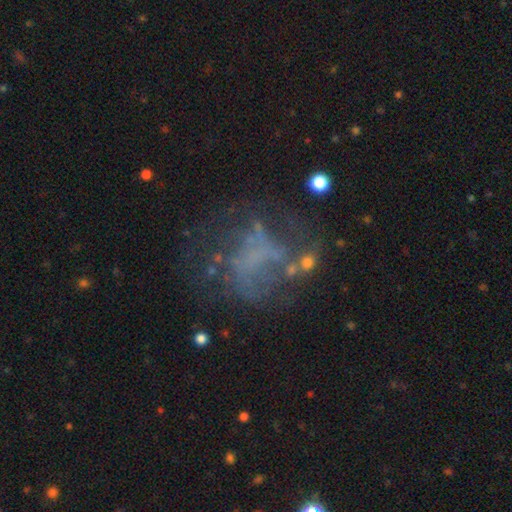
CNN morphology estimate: smooth-or-featured: featured or disk: 58% | star or artifact: 22% | smooth: 21%
  disk-edge-on: no: 98% | yes: 2%
    bar: no: 82% | weak: 13% | strong: 5%
    has-spiral-arms: no: 72% | yes: 28%
    bulge-size: none: 79% | small: 10% | moderate: 7% | large: 3% | dominant: 1%
  merging: none: 47% | major disturbance: 31% | minor disturbance: 17% | merger: 6%